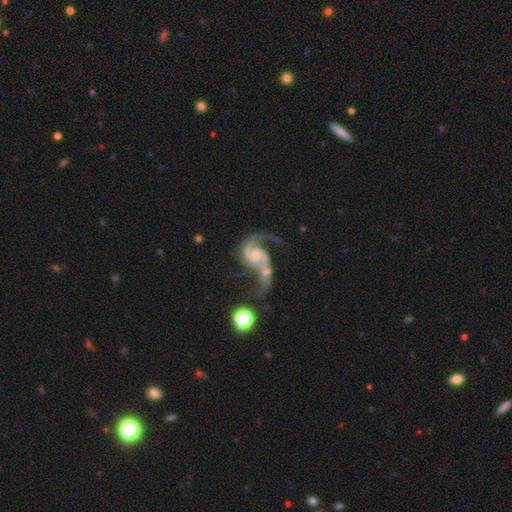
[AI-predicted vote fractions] A featured or disk galaxy (89%) with no bar (60%), 2 (86%) medium (46%) spiral arms (97%) and a small central bulge (60%). Merging: merger (38%).